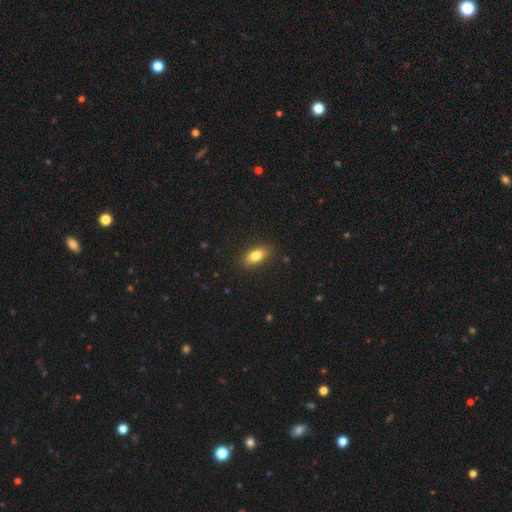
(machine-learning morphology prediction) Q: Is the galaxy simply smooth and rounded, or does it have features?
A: smooth — 82%.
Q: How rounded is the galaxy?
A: in between — 86%.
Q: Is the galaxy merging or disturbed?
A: none — 88%.